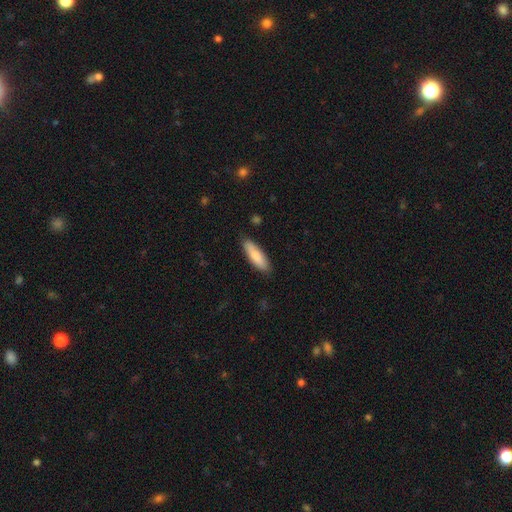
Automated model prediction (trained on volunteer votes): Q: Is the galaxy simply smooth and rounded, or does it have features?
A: smooth — 82%.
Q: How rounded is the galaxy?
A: cigar-shaped — 51%.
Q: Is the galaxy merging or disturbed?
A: none — 84%.